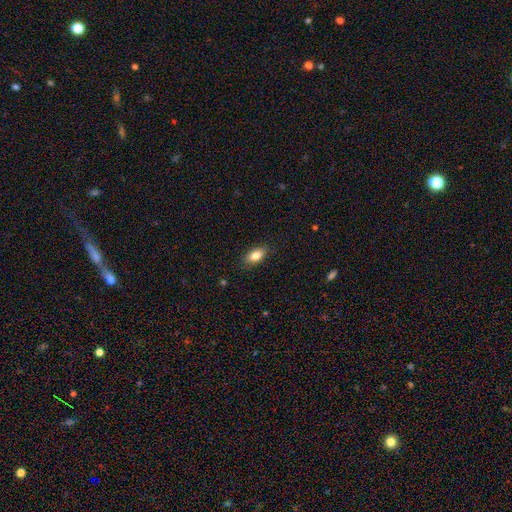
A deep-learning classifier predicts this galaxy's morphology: This appears to be a smooth galaxy with no disk features (84%) that is in between round and cigar-shaped (89%). Merging: none (86%).